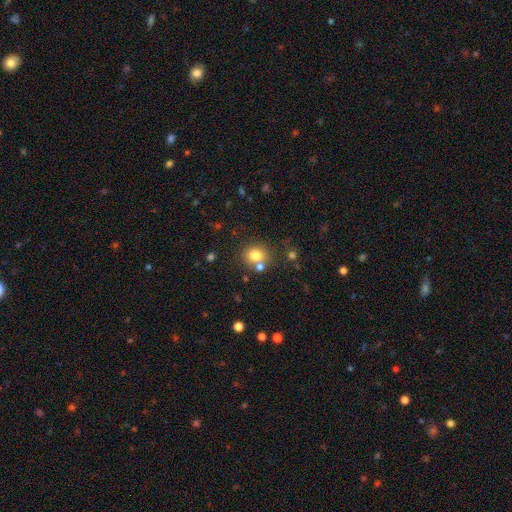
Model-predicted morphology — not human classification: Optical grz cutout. It shows a smooth galaxy with no disk features (78%) that is round (73%). Merging: none (68%).